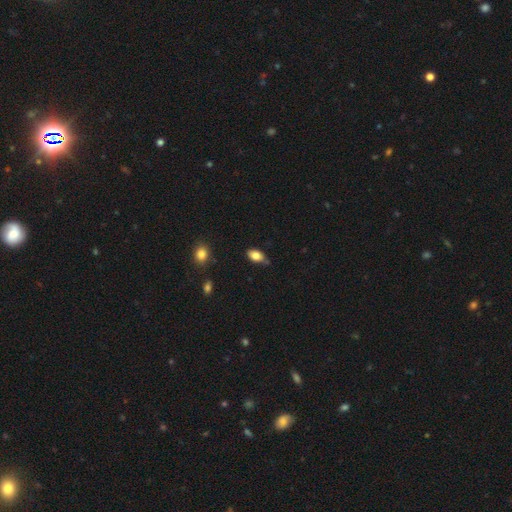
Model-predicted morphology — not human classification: smooth_or_featured: smooth (p=0.82) [alt: featured or disk p=0.10]
how_rounded: in between (p=0.91) [alt: round p=0.06]
merging: none (p=0.69) [alt: minor disturbance p=0.22]